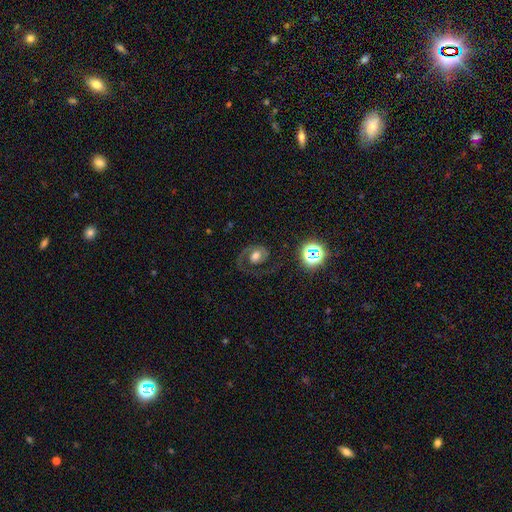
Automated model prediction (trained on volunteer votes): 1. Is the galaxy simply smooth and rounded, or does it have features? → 70% featured or disk, 19% smooth, 11% star or artifact.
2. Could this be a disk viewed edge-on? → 97% no, 3% yes.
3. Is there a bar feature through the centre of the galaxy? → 60% no, 30% weak, 10% strong.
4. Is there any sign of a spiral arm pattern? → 90% yes, 10% no.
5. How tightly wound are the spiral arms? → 45% medium, 33% tight, 23% loose.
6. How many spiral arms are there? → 48% 1, 44% 2, 5% can't tell, 1% 3, 1% 4, 1% more than 4.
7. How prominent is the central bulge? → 56% moderate, 25% large, 12% small, 4% dominant, 3% none.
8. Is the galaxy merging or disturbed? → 56% none, 26% major disturbance, 16% minor disturbance, 2% merger.